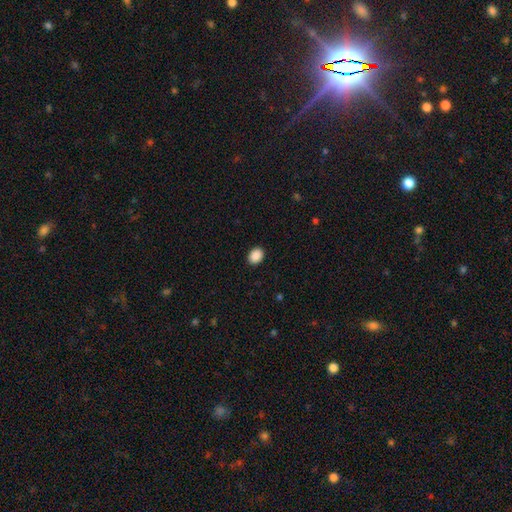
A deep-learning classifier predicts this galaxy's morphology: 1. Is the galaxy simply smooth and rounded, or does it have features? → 90% smooth, 8% star or artifact, 2% featured or disk.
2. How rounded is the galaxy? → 58% in between, 41% round, 1% cigar-shaped.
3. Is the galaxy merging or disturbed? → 91% none, 6% minor disturbance, 2% major disturbance, 1% merger.